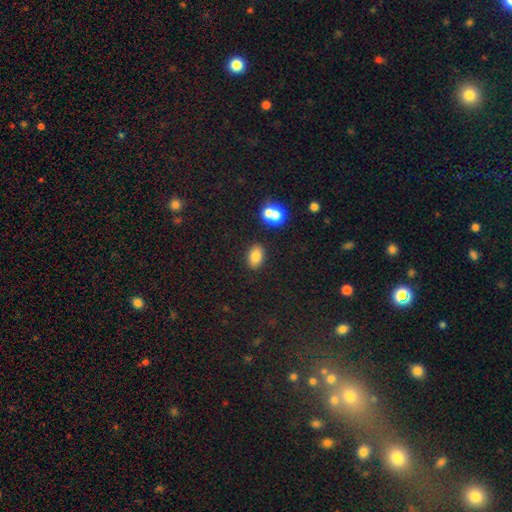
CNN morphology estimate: The model was most divided on "how rounded": in between: 84%, round: 15%, cigar-shaped: 2%. More confident: merging — none (84%); smooth or featured — smooth (82%).